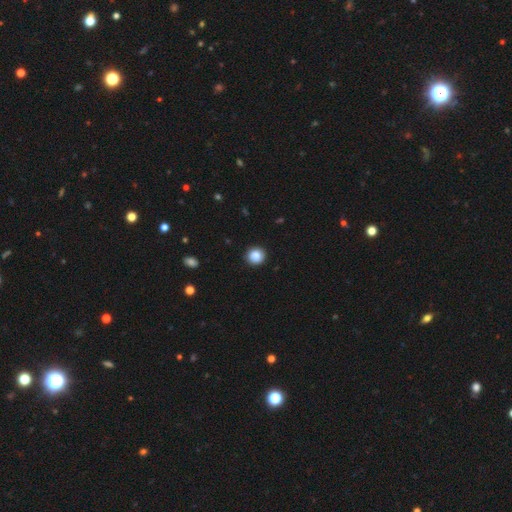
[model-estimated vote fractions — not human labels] Smooth or featured?
  - smooth: 87% *
  - star or artifact: 9%
  - featured or disk: 4%
How rounded?
  - round: 91% *
  - in between: 8%
  - cigar-shaped: 1%
Merging?
  - none: 90% *
  - minor disturbance: 7%
  - major disturbance: 2%
  - merger: 1%